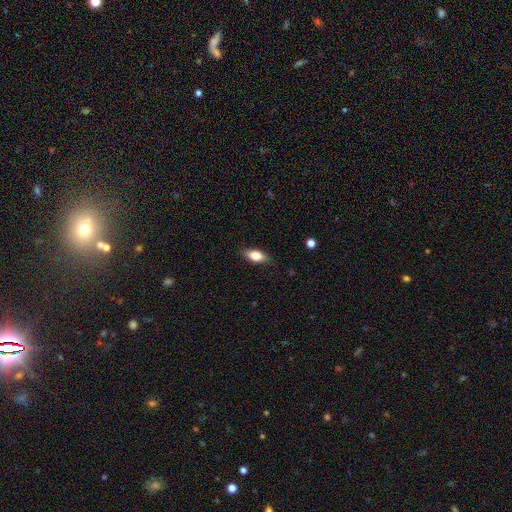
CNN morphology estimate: A smooth galaxy with no disk features (72%) that is in between round and cigar-shaped (82%).

Vote fractions:
- Smooth or featured? smooth: 72% / featured or disk: 21% / star or artifact: 7%
- How rounded? in between: 82% / cigar-shaped: 13% / round: 5%
- Merging? none: 85% / minor disturbance: 12% / major disturbance: 3% / merger: 1%